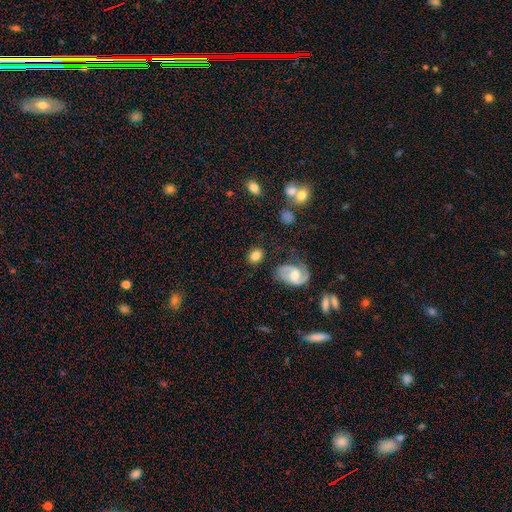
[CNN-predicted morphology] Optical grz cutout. It shows a smooth galaxy with no disk features (75%) that is in between round and cigar-shaped (57%). Merging: none (76%).